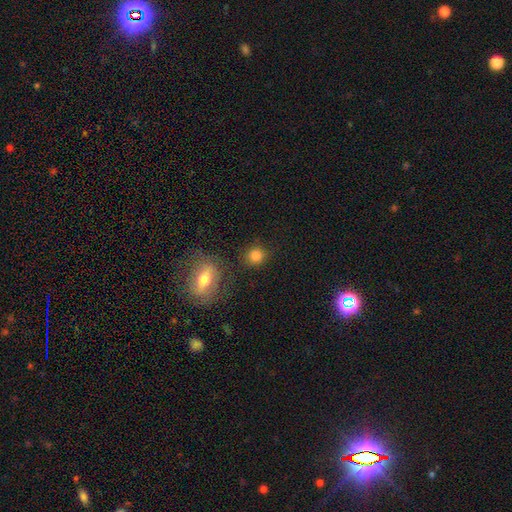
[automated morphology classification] Overall: smooth (82%). How rounded: round (85%). Merging: none (81%).